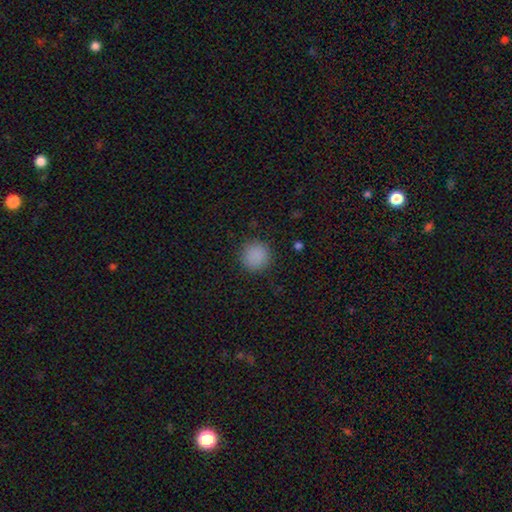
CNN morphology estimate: This appears to be a smooth galaxy with no disk features (87%) that is round (94%). Merging: none (89%).